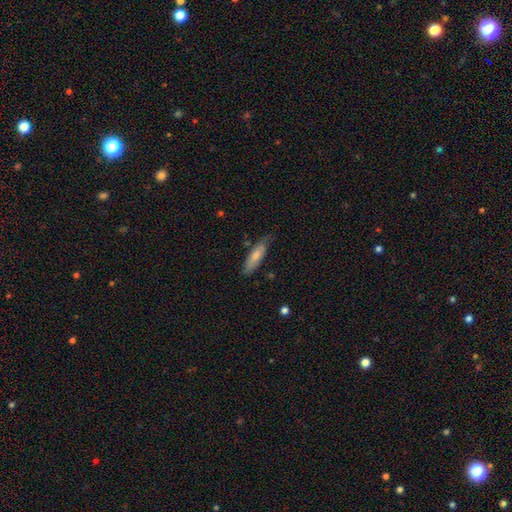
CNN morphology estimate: Overall: smooth (71%). How rounded: cigar-shaped (58%; in between 41%). Merging: none (69%).